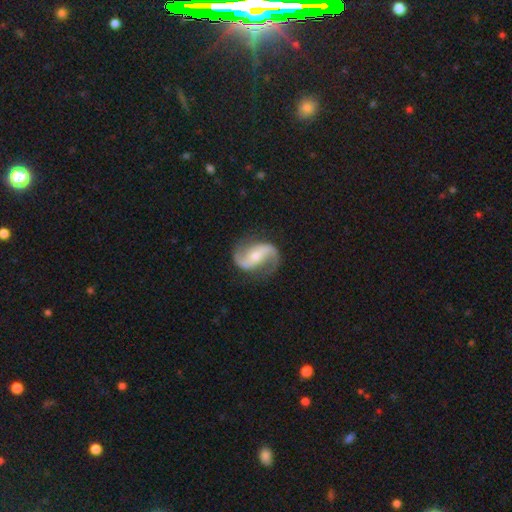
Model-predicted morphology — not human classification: Smooth or featured? featured or disk (91%)
Edge-on disk? no (98%)
Bar? strong (38%)
Spiral arms? yes (97%)
Spiral winding? loose (53%)
Spiral arm count? 2 (94%)
Bulge size? small (54%)
Merging? none (82%)